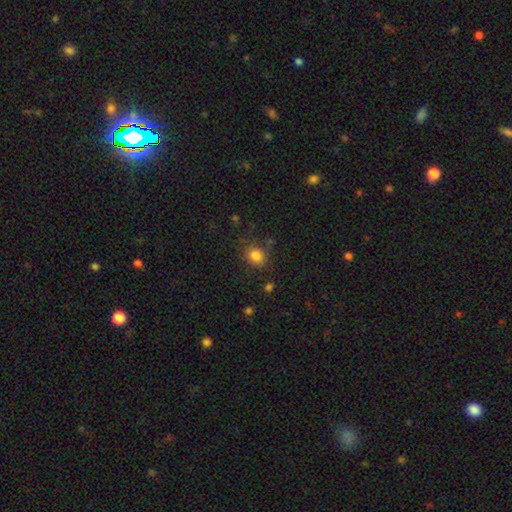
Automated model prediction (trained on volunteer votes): Overall: smooth (82%). How rounded: round (69%; in between 31%). Merging: none (75%).